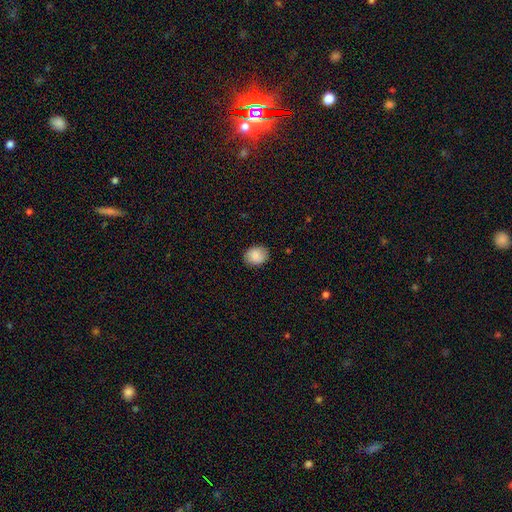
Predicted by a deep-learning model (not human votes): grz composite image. It shows a smooth galaxy with no disk features (85%) that is in between round and cigar-shaped (52%). Merging: none (85%).